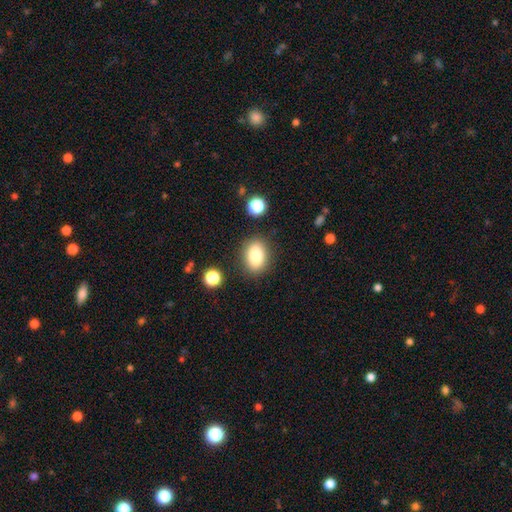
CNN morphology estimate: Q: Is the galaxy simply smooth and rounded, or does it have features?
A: smooth — 84%.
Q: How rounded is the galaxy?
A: in between — 77%.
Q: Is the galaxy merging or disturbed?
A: none — 83%.